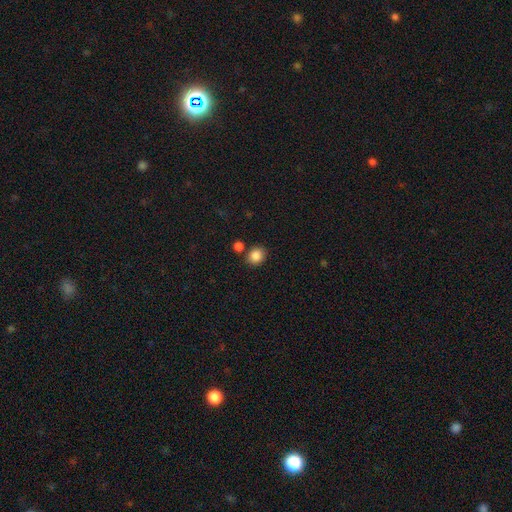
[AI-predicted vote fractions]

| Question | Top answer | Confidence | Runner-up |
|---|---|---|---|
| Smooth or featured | smooth | 86% | star or artifact (10%) |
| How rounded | round | 72% | in between (27%) |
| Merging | none | 78% | merger (10%) |